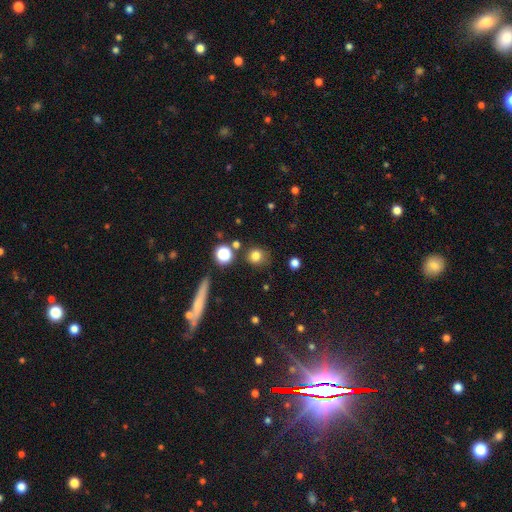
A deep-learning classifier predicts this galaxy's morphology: Overall: smooth (79%). How rounded: round (85%). Merging: none (79%).